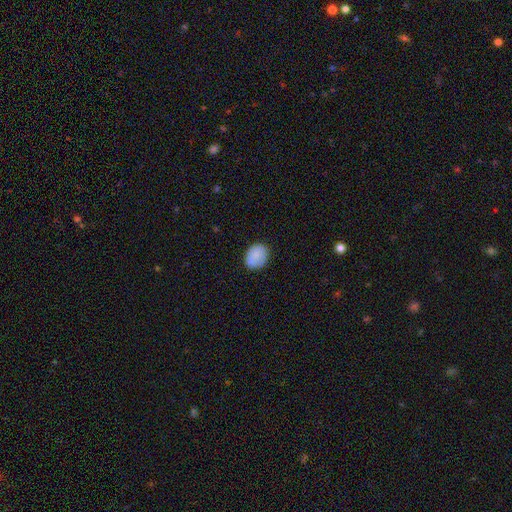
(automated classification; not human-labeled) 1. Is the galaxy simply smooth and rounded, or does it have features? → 79% smooth, 13% featured or disk, 8% star or artifact.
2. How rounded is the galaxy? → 50% round, 49% in between, 1% cigar-shaped.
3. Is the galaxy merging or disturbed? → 75% none, 19% minor disturbance, 4% major disturbance, 3% merger.